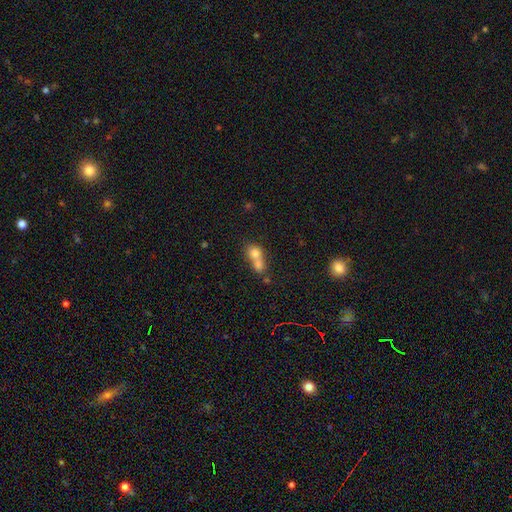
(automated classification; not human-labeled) Smooth or featured? Predicted: smooth (p=0.73). How rounded? Predicted: round (p=0.63). Merging? Predicted: merger (p=0.72).